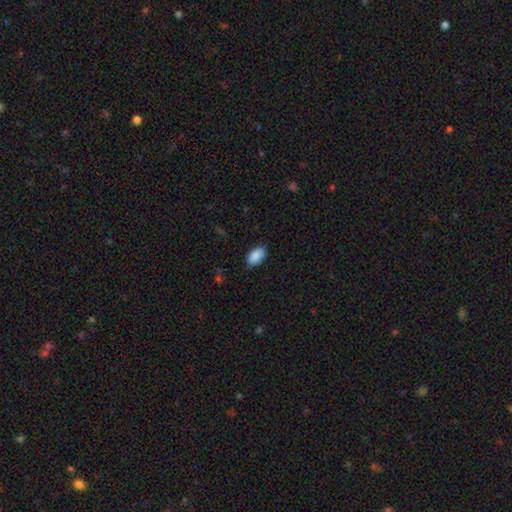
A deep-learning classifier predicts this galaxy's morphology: Overall: smooth (89%). How rounded: in between (94%). Merging: none (86%).